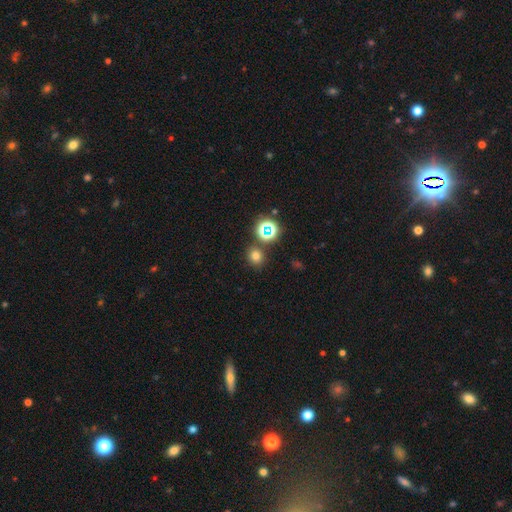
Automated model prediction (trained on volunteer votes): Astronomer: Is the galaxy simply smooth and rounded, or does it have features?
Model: smooth — 71%.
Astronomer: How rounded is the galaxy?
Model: round — 80%.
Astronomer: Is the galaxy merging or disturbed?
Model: none — 81%.